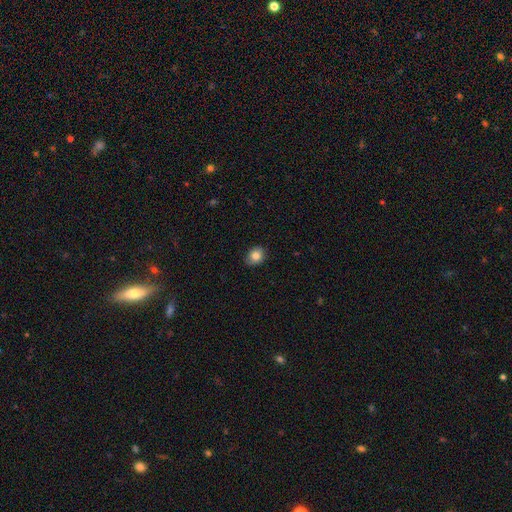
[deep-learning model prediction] A smooth galaxy with no disk features (83%) that is in between round and cigar-shaped (51%).

Vote fractions:
- Smooth or featured? smooth: 83% / star or artifact: 9% / featured or disk: 8%
- How rounded? in between: 51% / round: 48% / cigar-shaped: 1%
- Merging? none: 83% / minor disturbance: 14% / major disturbance: 2% / merger: 1%